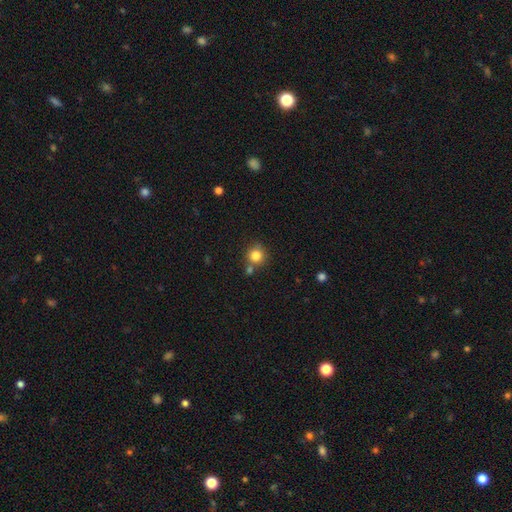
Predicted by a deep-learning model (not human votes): A smooth galaxy with no disk features (83%) that is round (93%).

Vote fractions:
- Smooth or featured? smooth: 83% / star or artifact: 11% / featured or disk: 6%
- How rounded? round: 93% / in between: 6% / cigar-shaped: 1%
- Merging? none: 71% / merger: 16% / minor disturbance: 10% / major disturbance: 3%